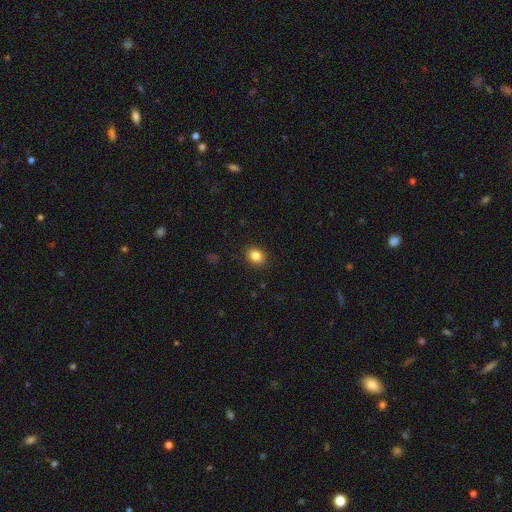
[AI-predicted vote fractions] Smooth or featured: smooth — 84% (star or artifact — 10%)
How rounded: round — 52% (in between — 47%)
Merging: none — 90% (minor disturbance — 7%)